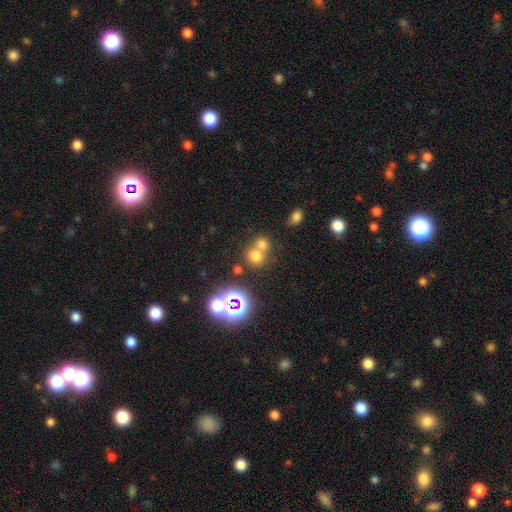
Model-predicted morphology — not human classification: Smooth or featured?
  - smooth: 65% *
  - star or artifact: 25%
  - featured or disk: 10%
How rounded?
  - round: 80% *
  - in between: 19%
  - cigar-shaped: 1%
Merging?
  - none: 47% *
  - merger: 42%
  - minor disturbance: 7%
  - major disturbance: 4%